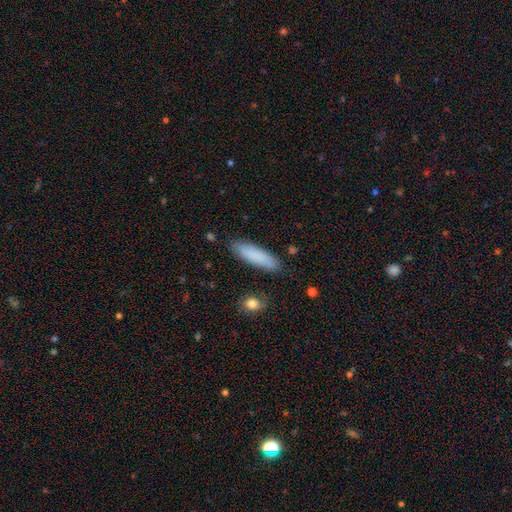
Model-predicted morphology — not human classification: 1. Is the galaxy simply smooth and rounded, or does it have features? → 85% smooth, 9% featured or disk, 6% star or artifact.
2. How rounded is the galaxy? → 61% cigar-shaped, 38% in between, 1% round.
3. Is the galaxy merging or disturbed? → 85% none, 11% minor disturbance, 2% major disturbance, 2% merger.